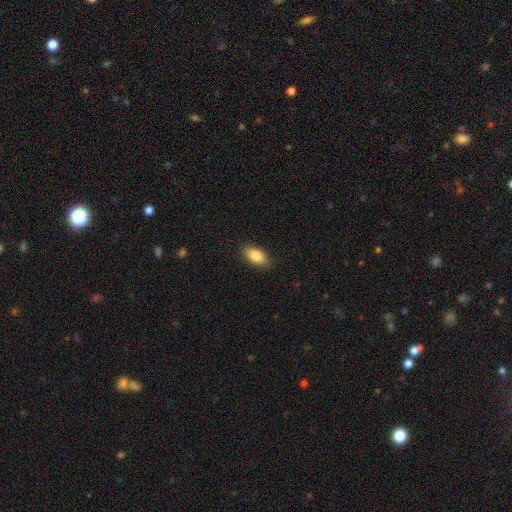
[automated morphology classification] A smooth galaxy with no disk features (85%) that is in between round and cigar-shaped (89%). Merging: none (85%).